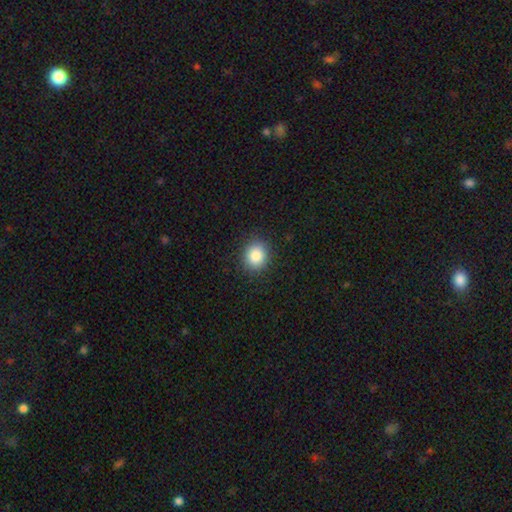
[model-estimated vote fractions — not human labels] The model was most divided on "how rounded": round: 79%, in between: 20%, cigar-shaped: 1%. More confident: merging — none (90%); smooth or featured — smooth (86%).